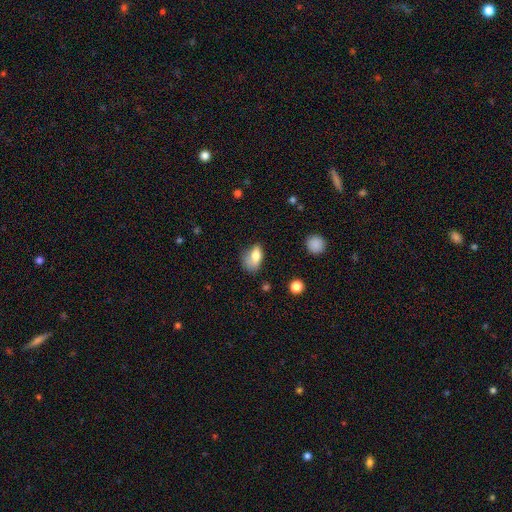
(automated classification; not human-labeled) This appears to be a smooth galaxy with no disk features (77%) that is in between round and cigar-shaped (87%). Merging: minor disturbance (36%, tied with none).